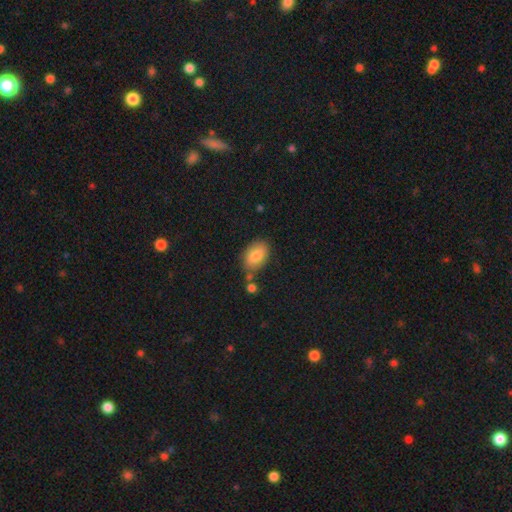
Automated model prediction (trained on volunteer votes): Smooth or featured: smooth — 81% (featured or disk — 11%)
How rounded: in between — 87% (round — 12%)
Merging: none — 72% (minor disturbance — 16%)